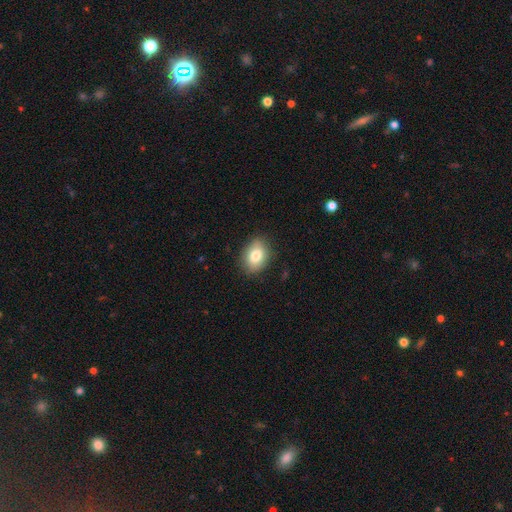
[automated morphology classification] A smooth galaxy with no disk features (80%) that is in between round and cigar-shaped (73%).

Vote fractions:
- Smooth or featured? smooth: 80% / featured or disk: 12% / star or artifact: 8%
- How rounded? in between: 73% / round: 26% / cigar-shaped: 1%
- Merging? none: 85% / minor disturbance: 11% / major disturbance: 3% / merger: 1%